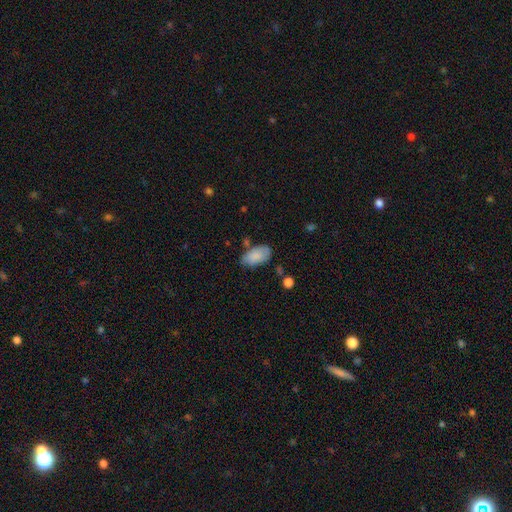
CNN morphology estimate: smooth-or-featured: smooth: 85% | featured or disk: 8% | star or artifact: 7%
  how-rounded: in between: 94% | round: 4% | cigar-shaped: 2%
  merging: none: 67% | minor disturbance: 21% | merger: 7% | major disturbance: 5%